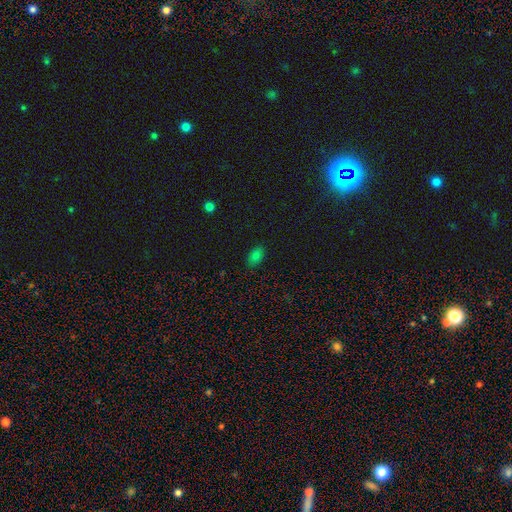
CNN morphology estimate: smooth_or_featured: smooth (p=0.81) [alt: star or artifact p=0.14]
how_rounded: in between (p=0.90) [alt: round p=0.07]
merging: none (p=0.86) [alt: minor disturbance p=0.11]